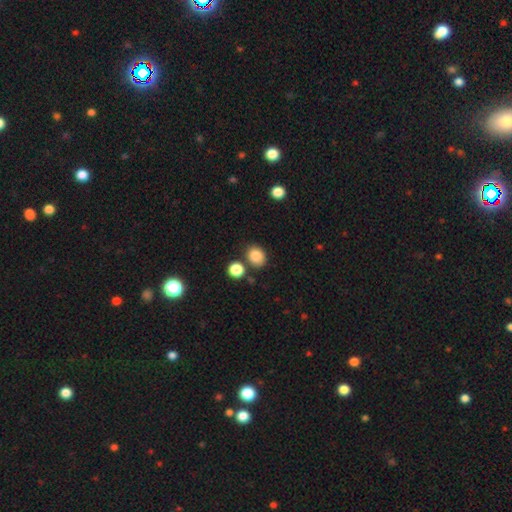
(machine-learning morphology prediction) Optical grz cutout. It shows a smooth galaxy with no disk features (84%) that is round (56%). Merging: none (76%).